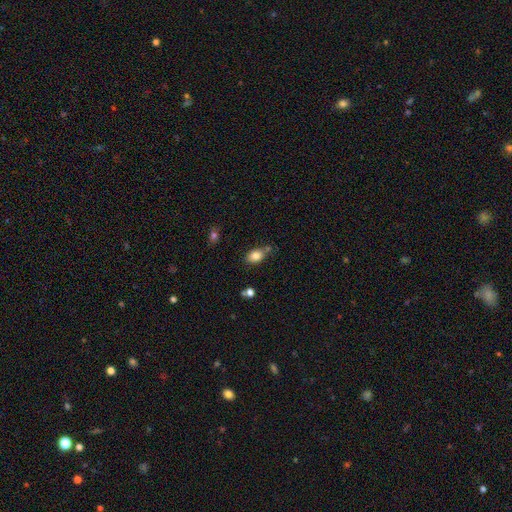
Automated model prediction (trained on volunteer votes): This appears to be a smooth galaxy with no disk features (82%) that is in between round and cigar-shaped (83%). Merging: none (59%).